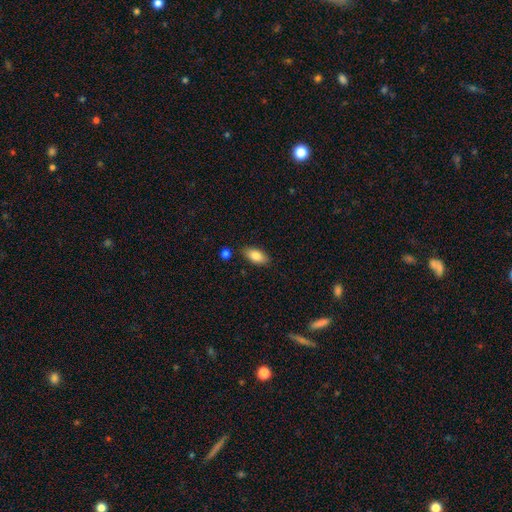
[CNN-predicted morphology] This is clearly a smooth galaxy (83%). How rounded: clearly in between (90%). Merging: clearly none (83%).